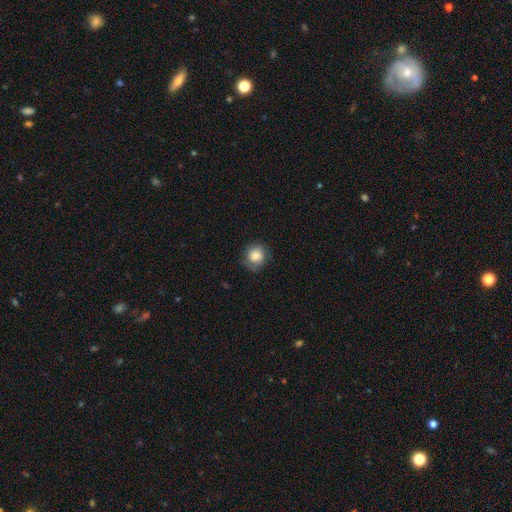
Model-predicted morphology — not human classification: Smooth or featured?
  - smooth: 81% *
  - featured or disk: 11%
  - star or artifact: 8%
How rounded?
  - round: 83% *
  - in between: 16%
  - cigar-shaped: 1%
Merging?
  - none: 74% *
  - minor disturbance: 19%
  - major disturbance: 5%
  - merger: 1%